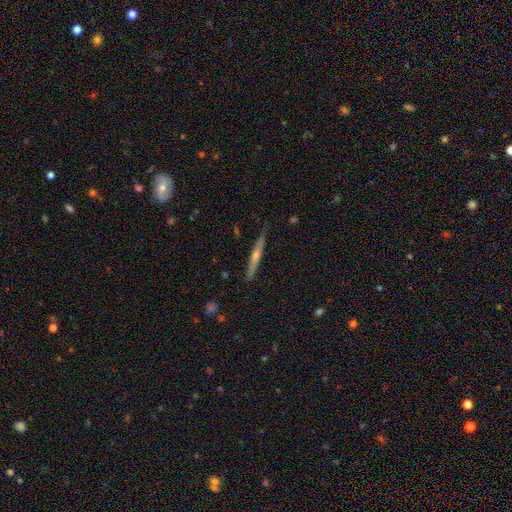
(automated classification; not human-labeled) smooth_or_featured: featured or disk (p=0.66) [alt: smooth p=0.28]
disk_edge_on: yes (p=0.97) [alt: no p=0.03]
edge_on_bulge: rounded (p=0.78) [alt: none p=0.19]
merging: none (p=0.86) [alt: minor disturbance p=0.11]